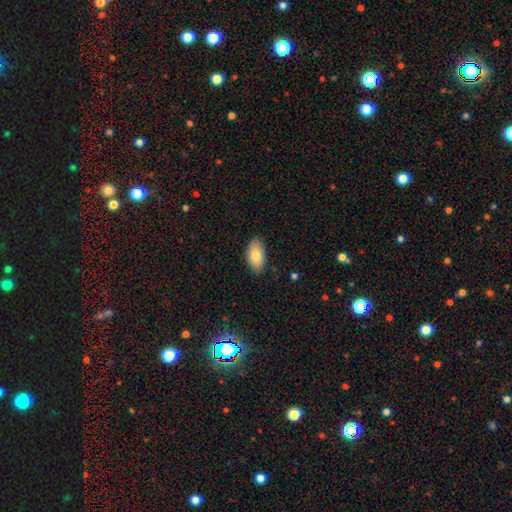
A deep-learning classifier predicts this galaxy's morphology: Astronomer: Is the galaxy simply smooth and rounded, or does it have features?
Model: smooth — 81%.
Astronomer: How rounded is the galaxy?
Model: in between — 94%.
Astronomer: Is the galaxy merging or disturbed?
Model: none — 85%.